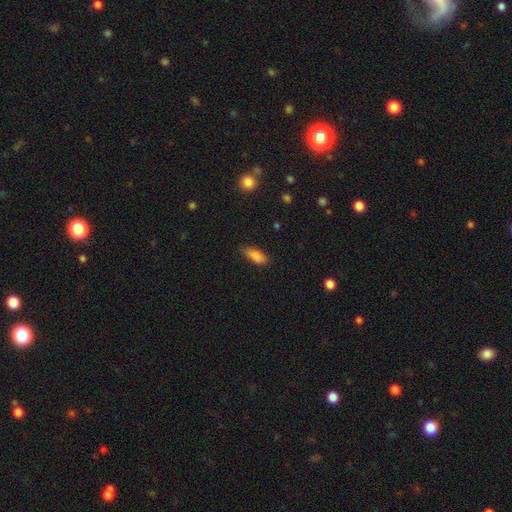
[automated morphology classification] smooth_or_featured: smooth (p=0.83) [alt: featured or disk p=0.09]
how_rounded: in between (p=0.79) [alt: cigar-shaped p=0.18]
merging: none (p=0.72) [alt: minor disturbance p=0.23]